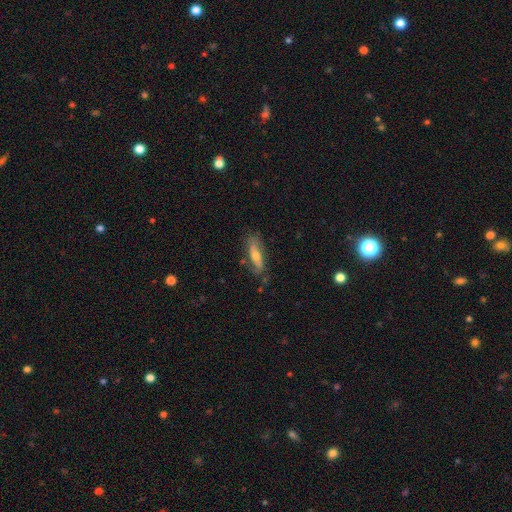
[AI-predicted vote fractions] smooth-or-featured: featured or disk: 57% | smooth: 34% | star or artifact: 9%
  disk-edge-on: no: 55% | yes: 45%
  merging: none: 74% | minor disturbance: 19% | major disturbance: 5% | merger: 2%